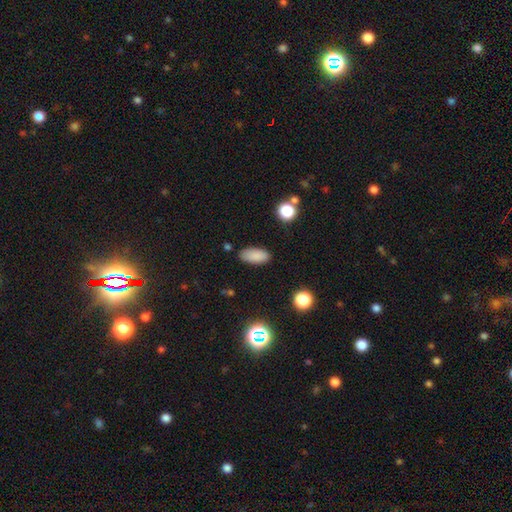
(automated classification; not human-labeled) This appears to be a smooth galaxy with no disk features (86%) that is in between round and cigar-shaped (87%). Merging: none (85%).